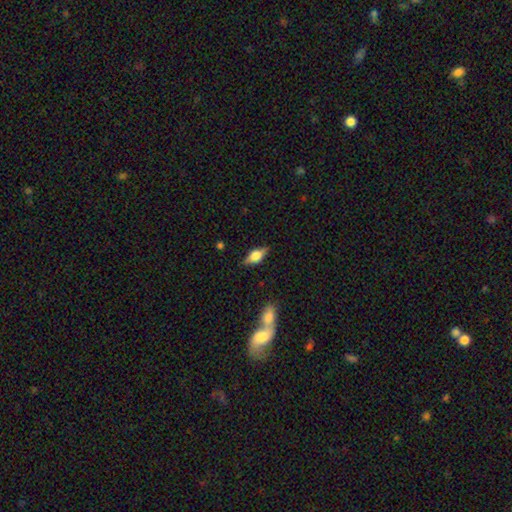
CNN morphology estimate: The model was most divided on "smooth or featured": smooth: 47%, featured or disk: 46%, star or artifact: 8%. More confident: merging — none (83%).